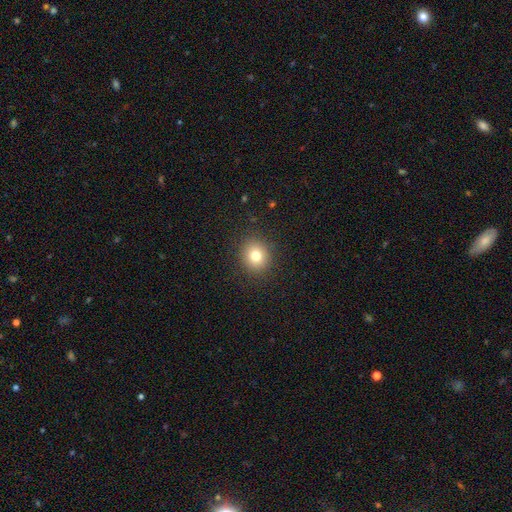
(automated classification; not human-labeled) Q: Smooth or featured?
A: smooth (78%); runner-up: star or artifact (13%)
Q: How rounded?
A: round (82%); runner-up: in between (17%)
Q: Merging?
A: none (90%); runner-up: minor disturbance (7%)